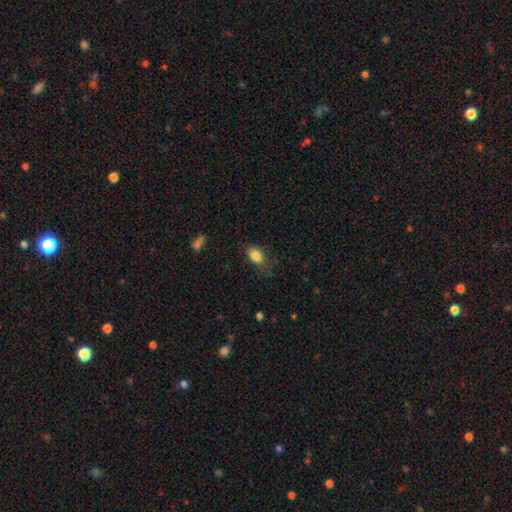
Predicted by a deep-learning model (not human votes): Overall: smooth (85%). How rounded: in between (87%). Merging: none (60%; minor disturbance 27%).